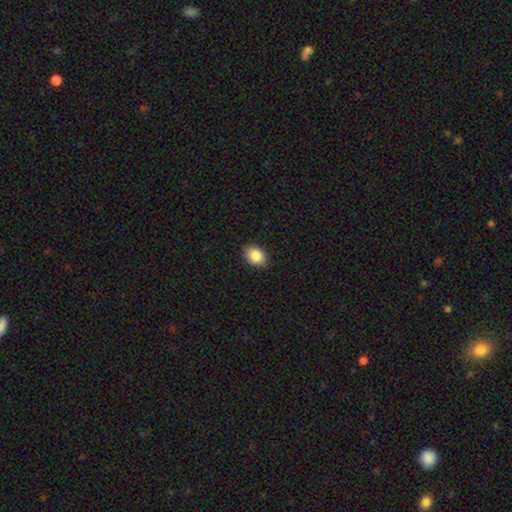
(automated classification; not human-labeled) Overall: smooth (86%). How rounded: in between (70%). Merging: none (87%).